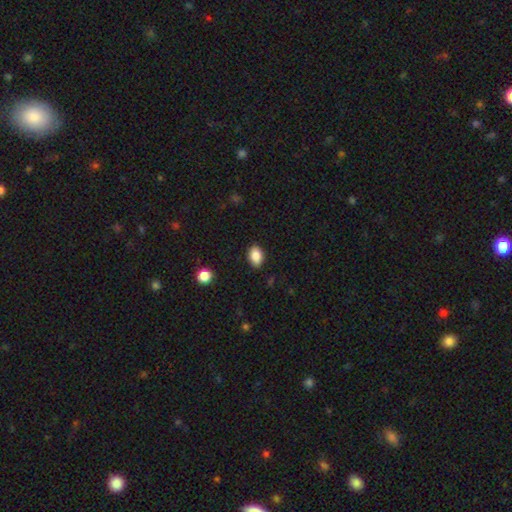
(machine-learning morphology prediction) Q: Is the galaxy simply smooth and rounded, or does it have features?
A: smooth — 87%.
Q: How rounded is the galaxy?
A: in between — 84%.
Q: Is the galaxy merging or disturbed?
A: none — 87%.